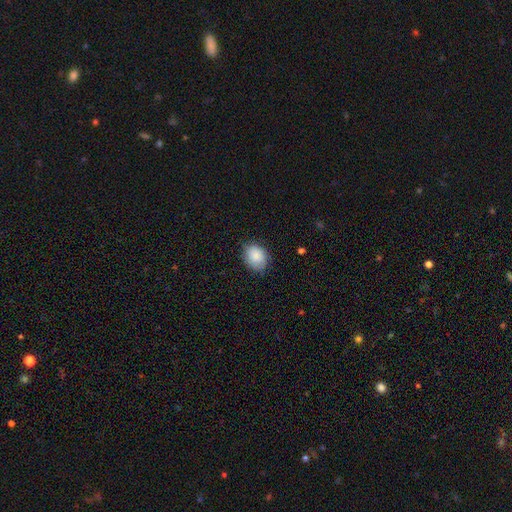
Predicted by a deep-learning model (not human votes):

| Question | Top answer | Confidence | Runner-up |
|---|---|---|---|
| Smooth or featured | smooth | 87% | star or artifact (7%) |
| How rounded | in between | 57% | round (42%) |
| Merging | none | 78% | minor disturbance (18%) |